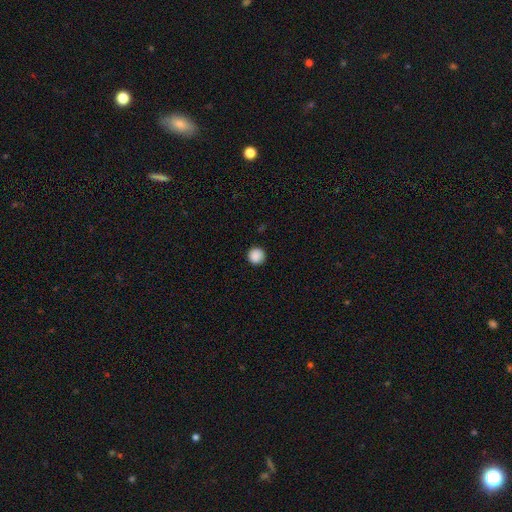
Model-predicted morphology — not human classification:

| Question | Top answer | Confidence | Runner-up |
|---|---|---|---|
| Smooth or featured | smooth | 89% | star or artifact (9%) |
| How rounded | round | 96% | in between (3%) |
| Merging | none | 92% | minor disturbance (5%) |